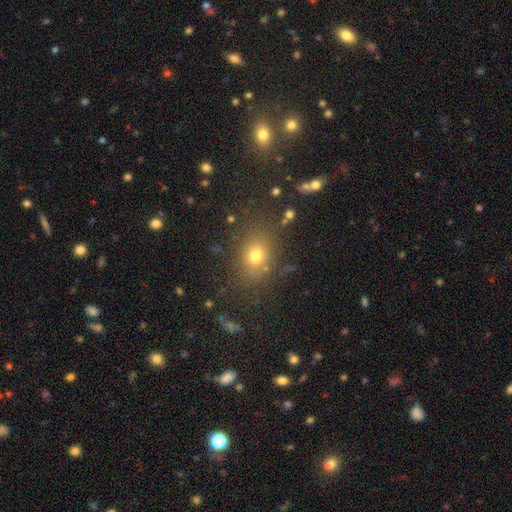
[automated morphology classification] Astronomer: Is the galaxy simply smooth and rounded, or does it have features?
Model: smooth — 69%.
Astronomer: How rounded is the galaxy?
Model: in between — 53% (runner-up: round, 45%).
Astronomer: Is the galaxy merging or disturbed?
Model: none — 80%.